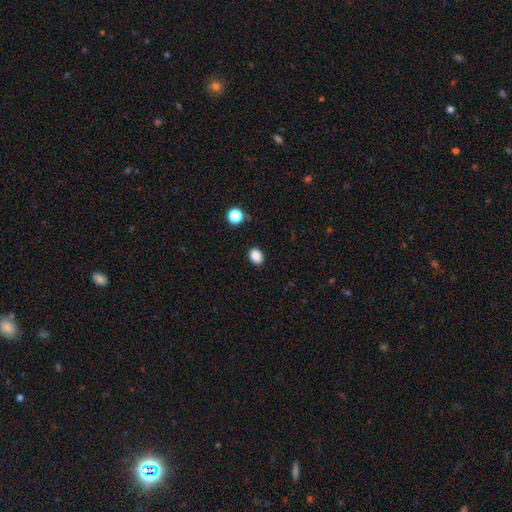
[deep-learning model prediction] Q: Smooth or featured?
A: smooth (87%); runner-up: star or artifact (10%)
Q: How rounded?
A: in between (65%); runner-up: round (34%)
Q: Merging?
A: none (87%); runner-up: minor disturbance (9%)